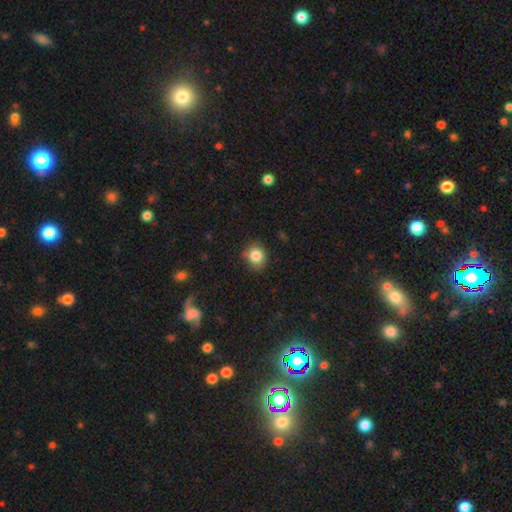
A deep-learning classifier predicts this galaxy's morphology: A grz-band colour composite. It shows a smooth galaxy with no disk features (83%) that is round (67%). Merging: none (75%).